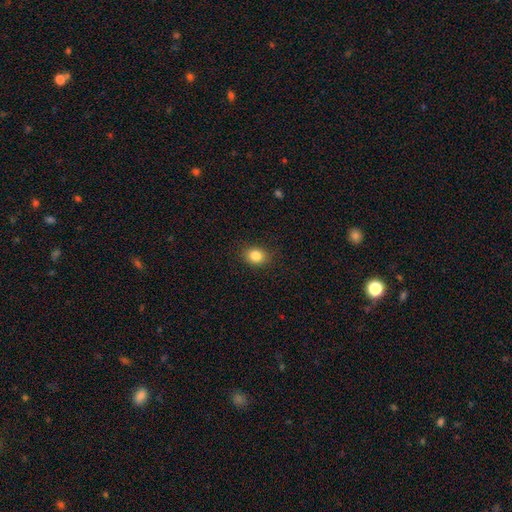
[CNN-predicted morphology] This appears to be a smooth galaxy with no disk features (84%) that is round (50%). Merging: none (87%).